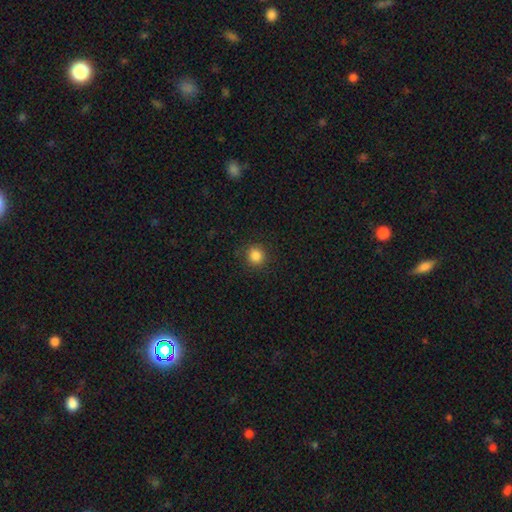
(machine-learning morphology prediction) Smooth or featured?
  - smooth: 85% *
  - star or artifact: 11%
  - featured or disk: 4%
How rounded?
  - round: 93% *
  - in between: 6%
  - cigar-shaped: 1%
Merging?
  - none: 89% *
  - minor disturbance: 7%
  - major disturbance: 3%
  - merger: 1%